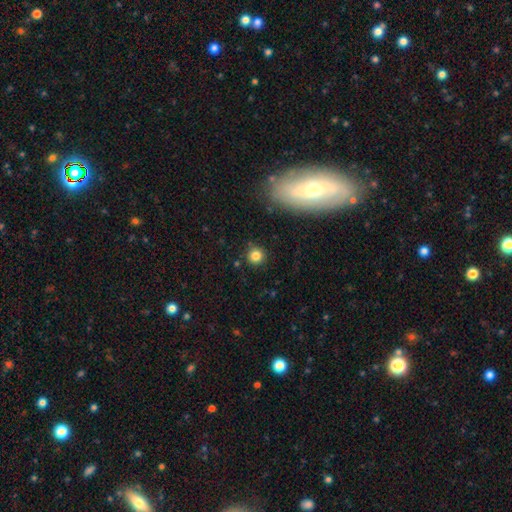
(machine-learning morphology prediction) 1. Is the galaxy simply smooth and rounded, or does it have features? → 82% smooth, 12% star or artifact, 6% featured or disk.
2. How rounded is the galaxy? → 94% round, 5% in between, 1% cigar-shaped.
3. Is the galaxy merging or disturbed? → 89% none, 7% minor disturbance, 2% major disturbance, 2% merger.